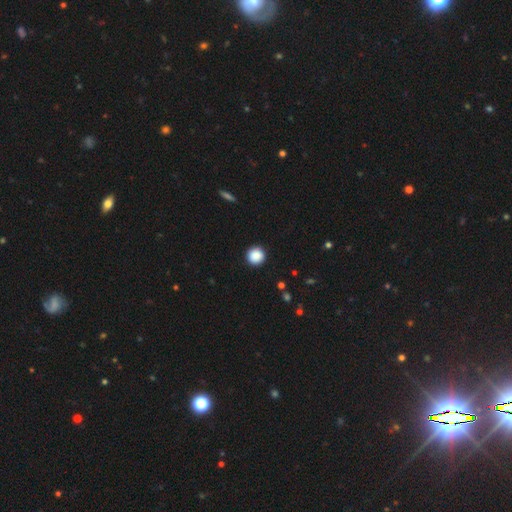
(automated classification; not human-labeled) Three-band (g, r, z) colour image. It shows a smooth galaxy with no disk features (88%) that is round (95%). Merging: none (92%).